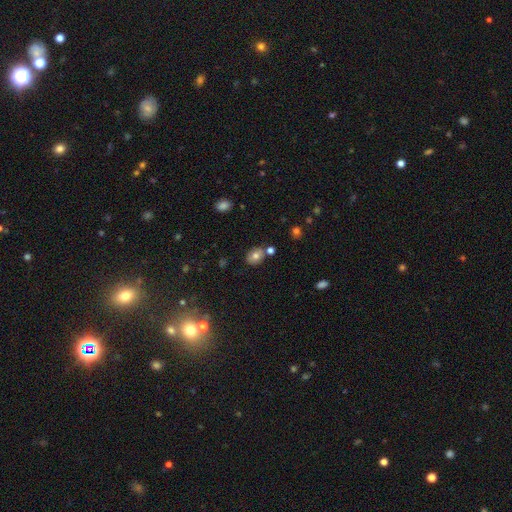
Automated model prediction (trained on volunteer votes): This appears to be a smooth galaxy with no disk features (73%) that is in between round and cigar-shaped (58%). Merging: none (74%).